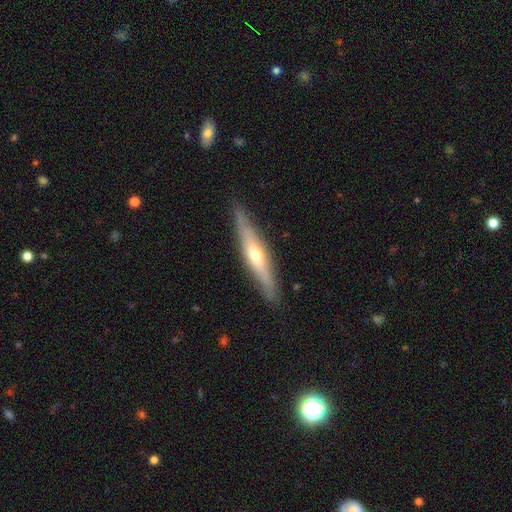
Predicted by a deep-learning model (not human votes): A featured or disk galaxy (61%) viewed edge-on (90%) with a rounded central bulge (83%). Merging: none (87%).